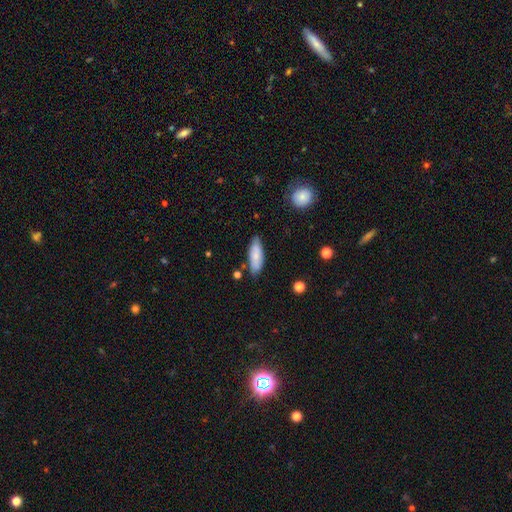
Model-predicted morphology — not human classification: Smooth or featured? Predicted: smooth (p=0.76). How rounded? Predicted: in between (p=0.69). Merging? Predicted: none (p=0.76).